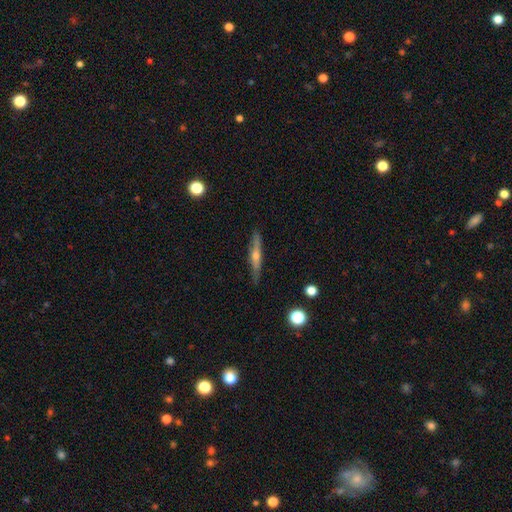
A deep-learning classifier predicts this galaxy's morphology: A featured or disk galaxy (65%) viewed edge-on (96%) with a rounded central bulge (83%).

Vote fractions:
- Smooth or featured? featured or disk: 65% / smooth: 28% / star or artifact: 7%
- Edge-on disk? yes: 96% / no: 4%
- Edge-on bulge? rounded: 83% / none: 12% / boxy: 5%
- Merging? none: 87% / minor disturbance: 9% / major disturbance: 2% / merger: 1%